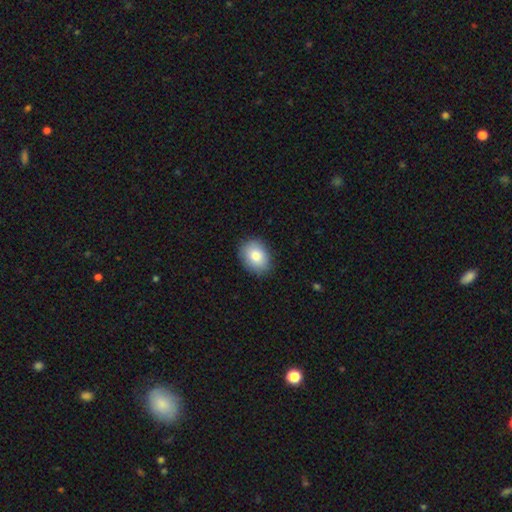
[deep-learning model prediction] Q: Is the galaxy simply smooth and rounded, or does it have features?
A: smooth — 83%.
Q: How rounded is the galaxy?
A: in between — 65%.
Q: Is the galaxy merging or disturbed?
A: none — 87%.